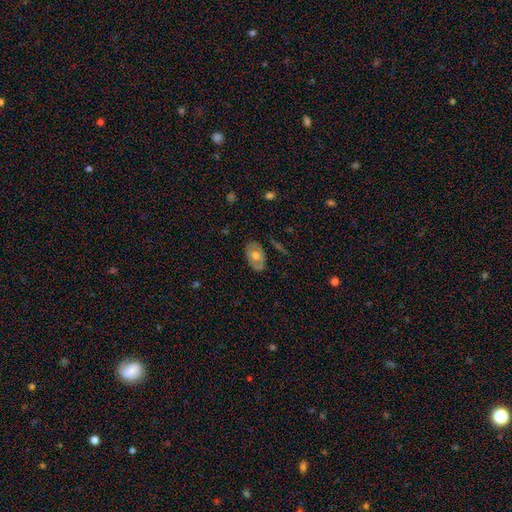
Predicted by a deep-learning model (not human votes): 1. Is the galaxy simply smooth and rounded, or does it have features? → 48% smooth, 45% featured or disk, 6% star or artifact.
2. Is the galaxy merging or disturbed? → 77% none, 17% minor disturbance, 4% major disturbance, 2% merger.